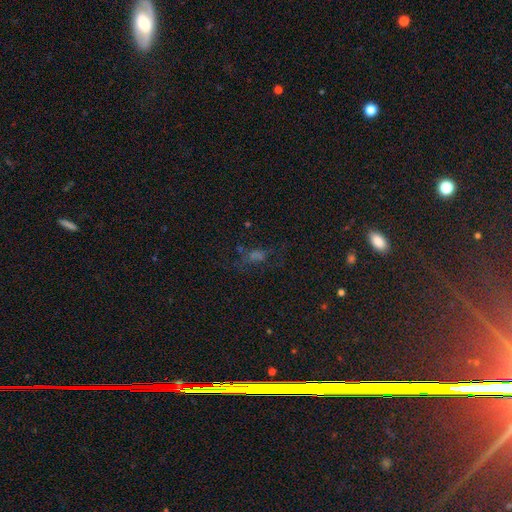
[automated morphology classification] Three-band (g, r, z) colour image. It shows a star or artifact, not a galaxy (41%).